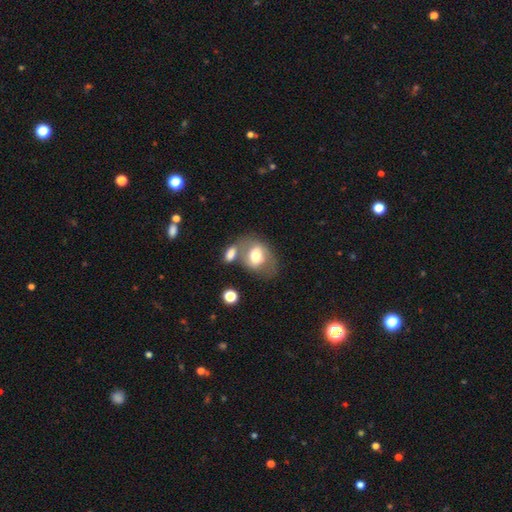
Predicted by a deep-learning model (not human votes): The model was most divided on "merging": none: 40%, merger: 34%, minor disturbance: 16%, major disturbance: 10%. More confident: how rounded — in between (69%); smooth or featured — smooth (58%).